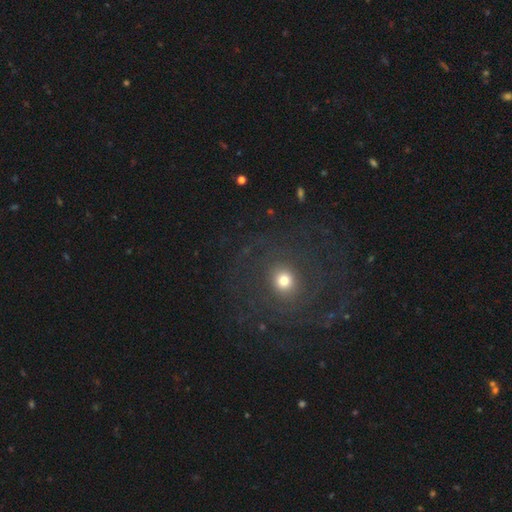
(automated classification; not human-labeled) Overall: featured or disk (35%; smooth 32%). Merging: none (83%).